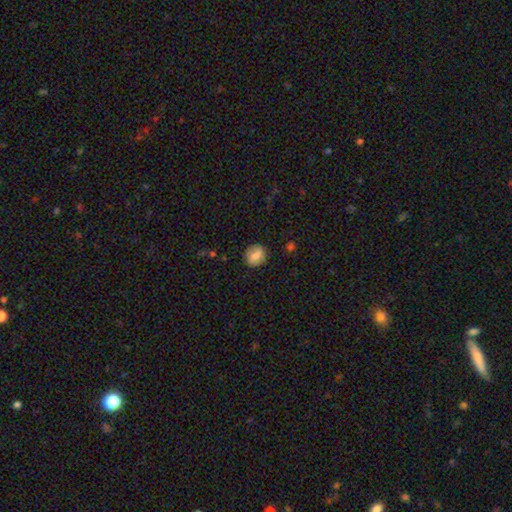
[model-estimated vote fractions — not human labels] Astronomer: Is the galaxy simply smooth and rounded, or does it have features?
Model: smooth — 65%.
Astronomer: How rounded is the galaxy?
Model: round — 70%.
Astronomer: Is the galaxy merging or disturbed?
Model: none — 83%.